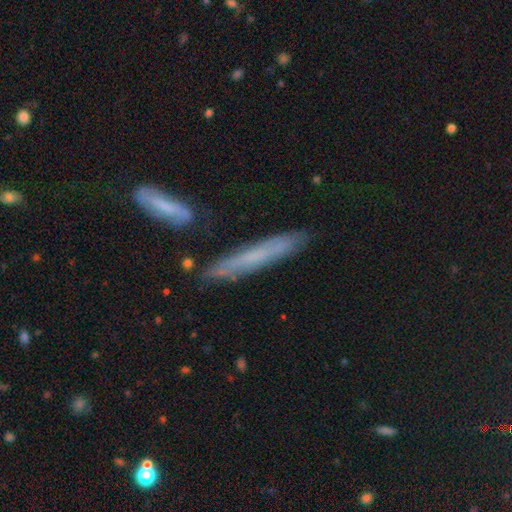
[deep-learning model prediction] smooth 51%, featured or disk 38%, star or artifact 11%. Down the decision tree: how rounded — cigar-shaped (92%); merging — none (81%).